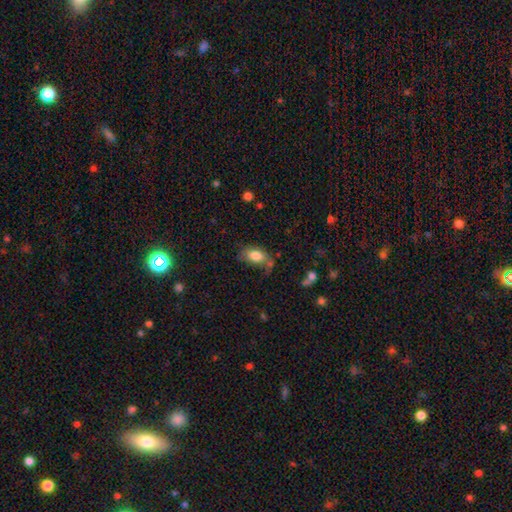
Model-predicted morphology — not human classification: Smooth or featured?
  - smooth: 80% *
  - featured or disk: 12%
  - star or artifact: 8%
How rounded?
  - in between: 91% *
  - round: 6%
  - cigar-shaped: 3%
Merging?
  - none: 56% *
  - minor disturbance: 25%
  - major disturbance: 10%
  - merger: 9%